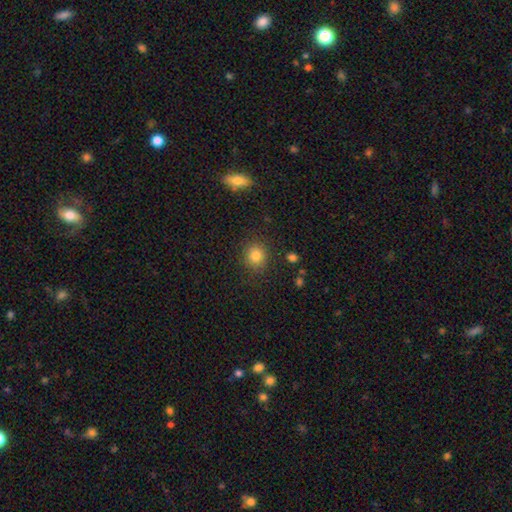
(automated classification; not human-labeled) This is clearly a smooth galaxy (82%). How rounded: clearly round (83%). Merging: clearly none (86%).